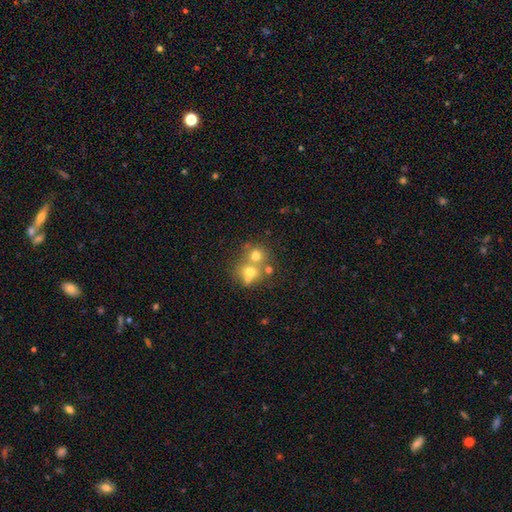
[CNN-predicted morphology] A smooth galaxy with no disk features (62%) that is round (77%). Merging: merger (50%).